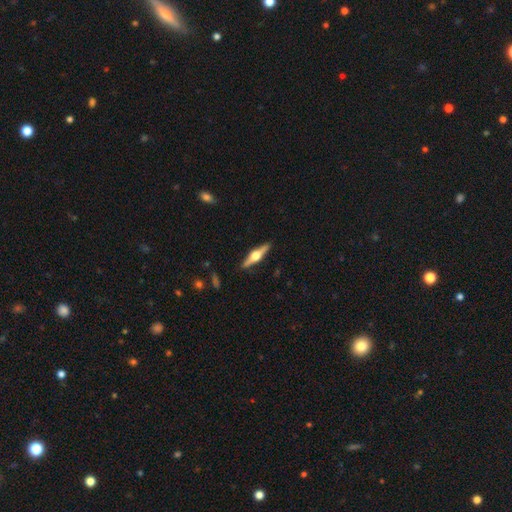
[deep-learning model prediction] Smooth or featured?
  - featured or disk: 76% *
  - smooth: 19%
  - star or artifact: 5%
Edge-on disk?
  - yes: 98% *
  - no: 2%
Edge-on bulge?
  - rounded: 95% *
  - boxy: 4%
  - none: 1%
Merging?
  - none: 90% *
  - minor disturbance: 7%
  - major disturbance: 2%
  - merger: 1%